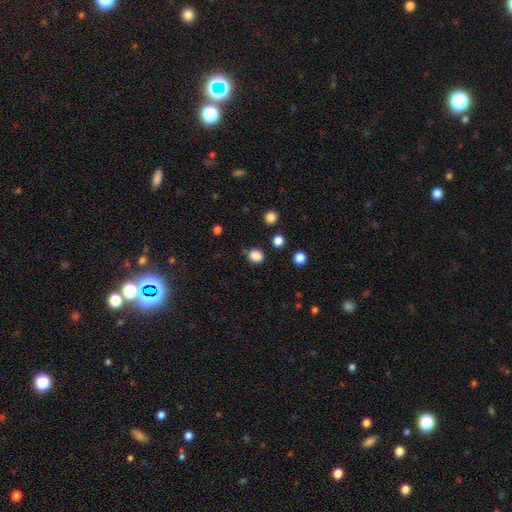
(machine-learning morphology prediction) This is clearly a smooth galaxy (84%). How rounded: likely round (71%). Merging: likely none (79%).